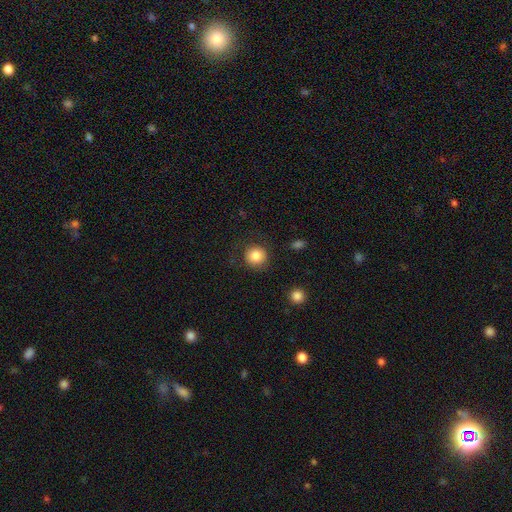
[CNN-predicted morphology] Smooth or featured? smooth (84%)
How rounded? round (91%)
Merging? none (82%)